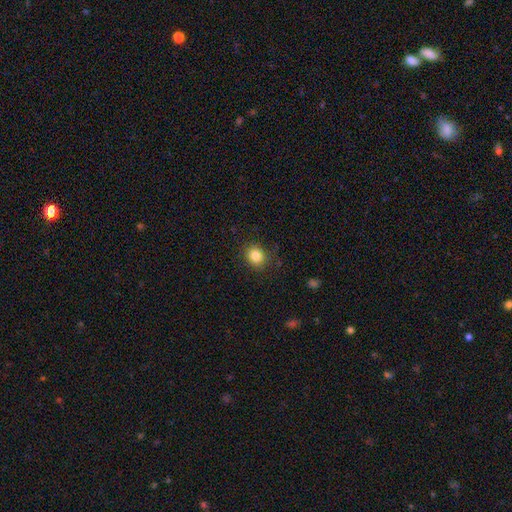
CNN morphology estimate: Overall: smooth (83%). How rounded: round (73%). Merging: none (85%).